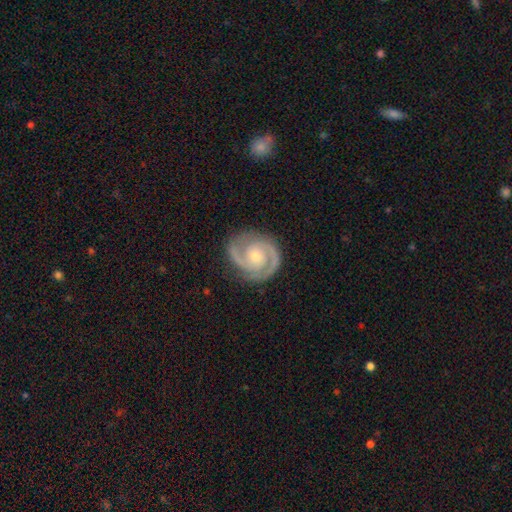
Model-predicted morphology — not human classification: type=featured or disk (92%); edge-on=no (98%); bar=no (65%); spiral arms=yes (98%); winding=tight (55%); arm count=2 (92%); bulge=small (49%); merging=none (85%).